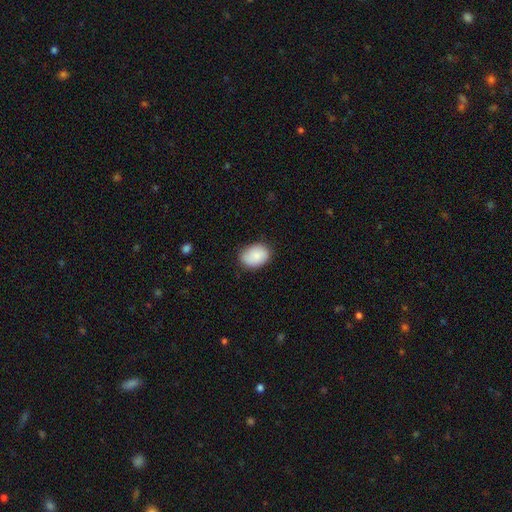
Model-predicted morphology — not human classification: smooth-or-featured: smooth: 84% | featured or disk: 10% | star or artifact: 7%
  how-rounded: in between: 75% | round: 24% | cigar-shaped: 1%
  merging: none: 77% | minor disturbance: 18% | major disturbance: 3% | merger: 1%